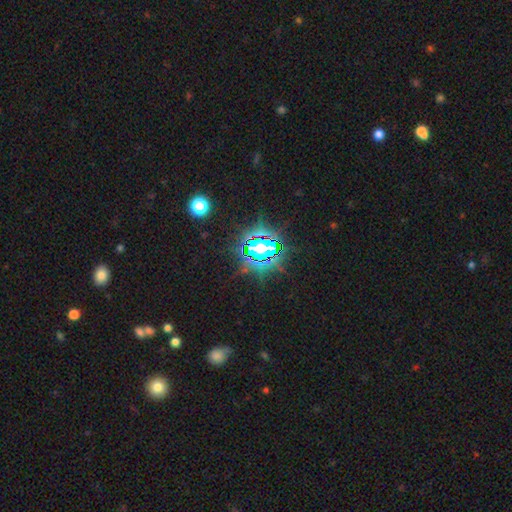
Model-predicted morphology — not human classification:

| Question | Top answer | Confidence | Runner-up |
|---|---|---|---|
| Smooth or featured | star or artifact | 82% | smooth (11%) |